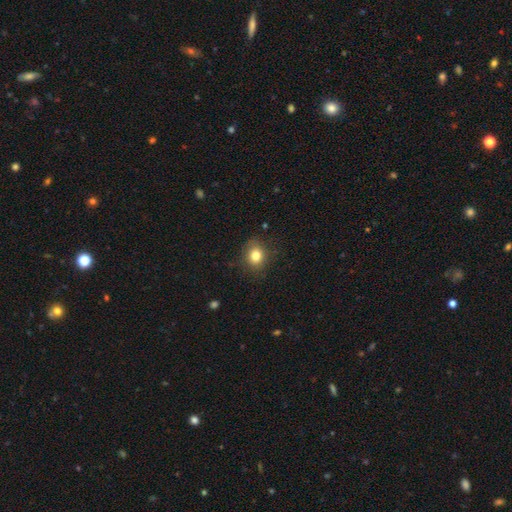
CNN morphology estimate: This is clearly a smooth galaxy (81%). How rounded: likely round (63%). Merging: clearly none (82%).